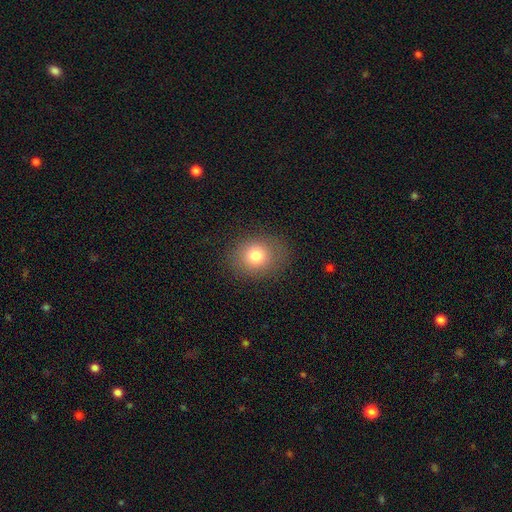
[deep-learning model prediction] The model was most divided on "how rounded": round: 61%, in between: 38%, cigar-shaped: 1%. More confident: merging — none (84%); smooth or featured — smooth (79%).